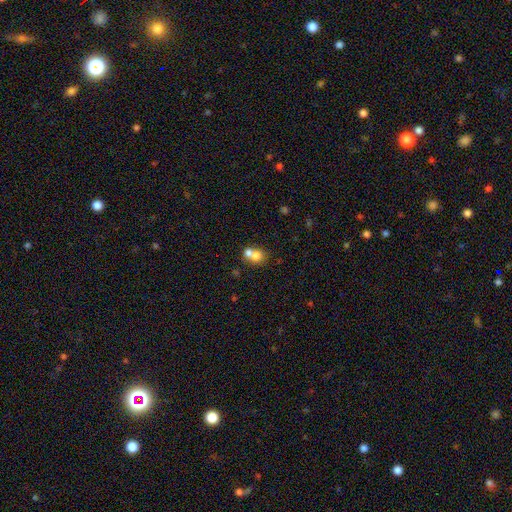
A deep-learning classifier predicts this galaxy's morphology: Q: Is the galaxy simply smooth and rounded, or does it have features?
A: smooth — 71%.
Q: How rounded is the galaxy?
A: round — 70%.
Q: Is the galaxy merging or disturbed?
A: merger — 65%.